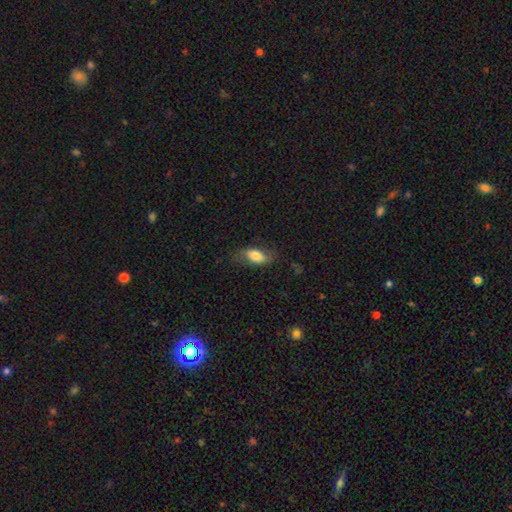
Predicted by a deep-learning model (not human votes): smooth_or_featured: smooth (p=0.74) [alt: featured or disk p=0.19]
how_rounded: in between (p=0.87) [alt: cigar-shaped p=0.07]
merging: none (p=0.65) [alt: minor disturbance p=0.23]